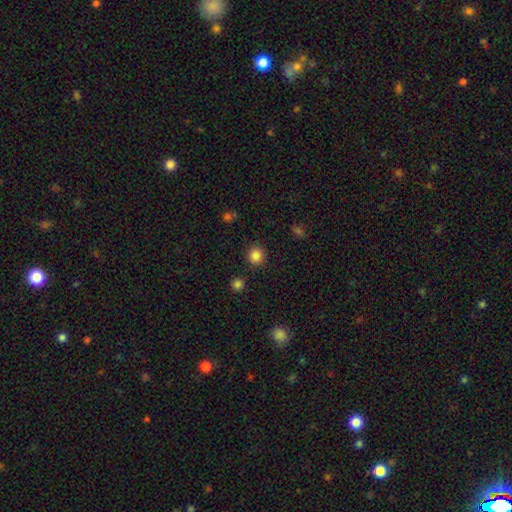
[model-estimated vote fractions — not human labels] Smooth or featured? smooth (85%)
How rounded? round (93%)
Merging? none (90%)